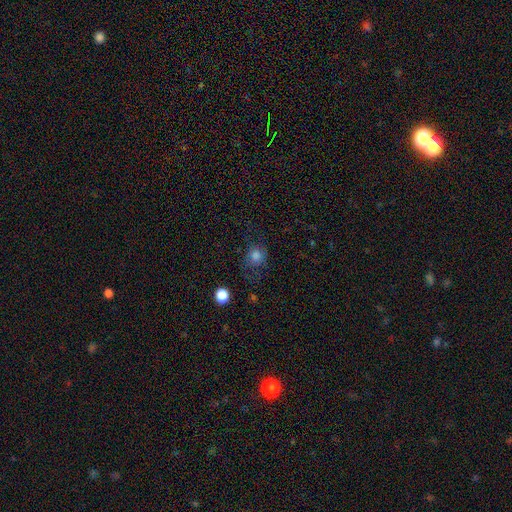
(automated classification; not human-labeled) Overall: smooth (73%). How rounded: round (78%). Merging: none (62%).